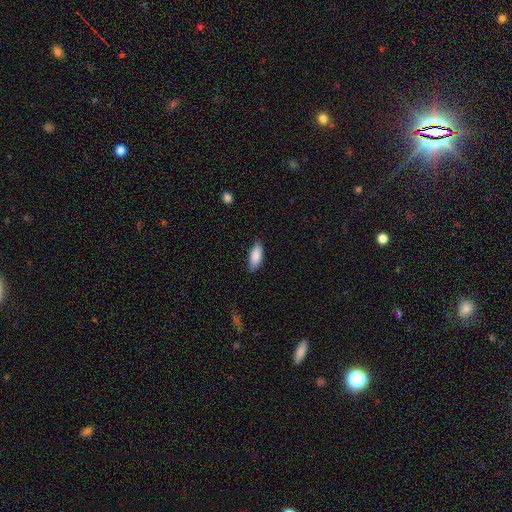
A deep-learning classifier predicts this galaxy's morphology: Smooth or featured: smooth — 88% (featured or disk — 6%)
How rounded: in between — 83% (cigar-shaped — 15%)
Merging: none — 83% (minor disturbance — 14%)